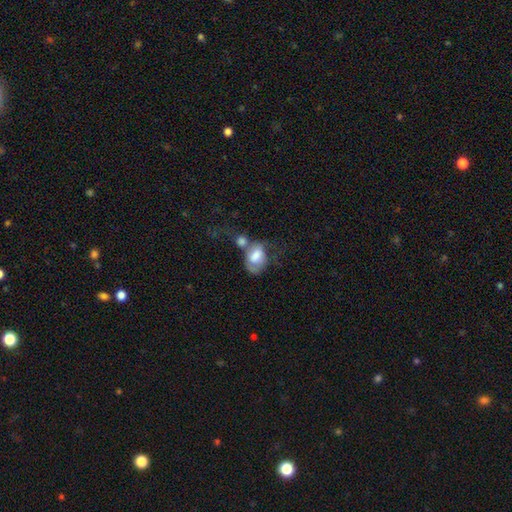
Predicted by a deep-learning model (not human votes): This appears to be a smooth galaxy with no disk features (65%) that is in between round and cigar-shaped (78%). Merging: merger (48%).